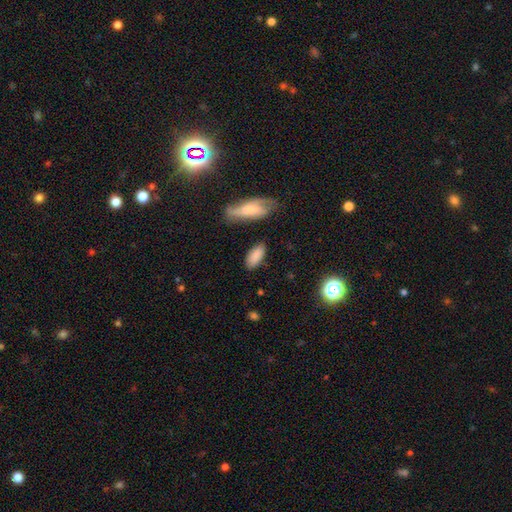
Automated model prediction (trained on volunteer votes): Morphology: type=smooth (84%); roundness=in between (90%); merging=none (77%).